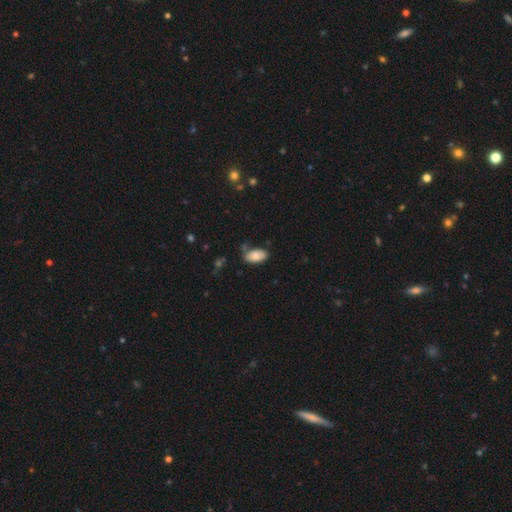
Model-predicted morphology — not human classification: Overall: smooth (84%). How rounded: in between (95%). Merging: none (72%).